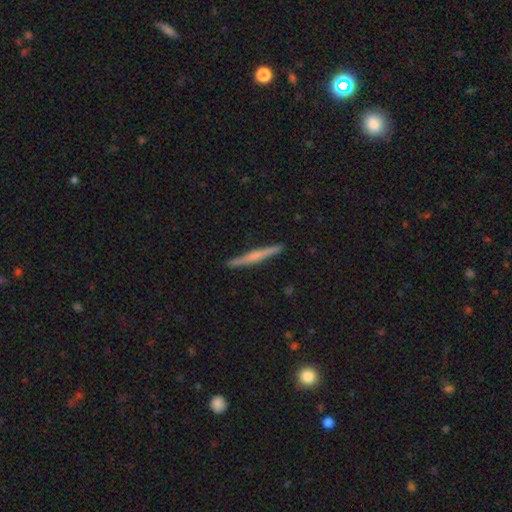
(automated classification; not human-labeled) This appears to be a featured or disk galaxy (54%) viewed edge-on (98%) with no central bulge (43%). Merging: none (90%).